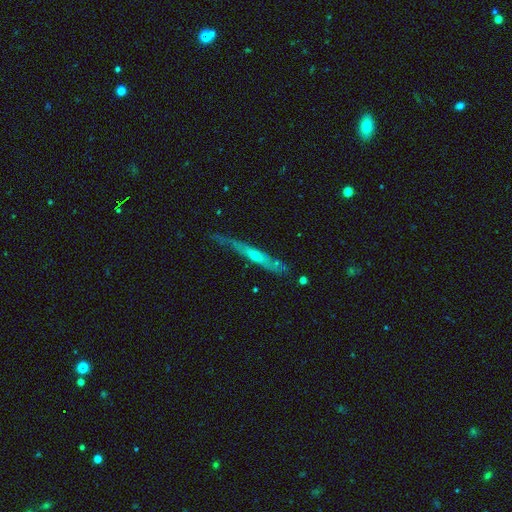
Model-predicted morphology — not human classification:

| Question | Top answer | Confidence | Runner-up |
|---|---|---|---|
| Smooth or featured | featured or disk | 67% | smooth (27%) |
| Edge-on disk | yes | 84% | no (16%) |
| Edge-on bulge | rounded | 54% | none (41%) |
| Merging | none | 63% | minor disturbance (26%) |